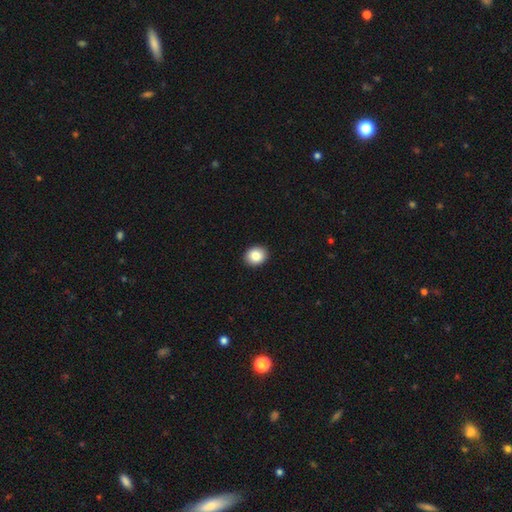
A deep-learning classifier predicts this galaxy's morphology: Overall: smooth (86%). How rounded: round (64%; in between 35%). Merging: none (92%).